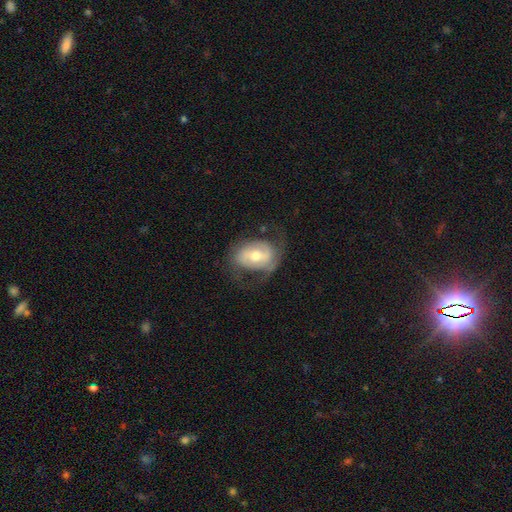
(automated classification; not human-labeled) smooth-or-featured: featured or disk: 61% | smooth: 32% | star or artifact: 7%
  disk-edge-on: no: 95% | yes: 5%
    bar: weak: 39% (tied) | no: 39% (tied) | strong: 23%
    has-spiral-arms: yes: 69% | no: 31%
    bulge-size: moderate: 65% | small: 28% | large: 5% | none: 1% | dominant: 1%
  merging: none: 52% | minor disturbance: 24% | major disturbance: 23% | merger: 2%